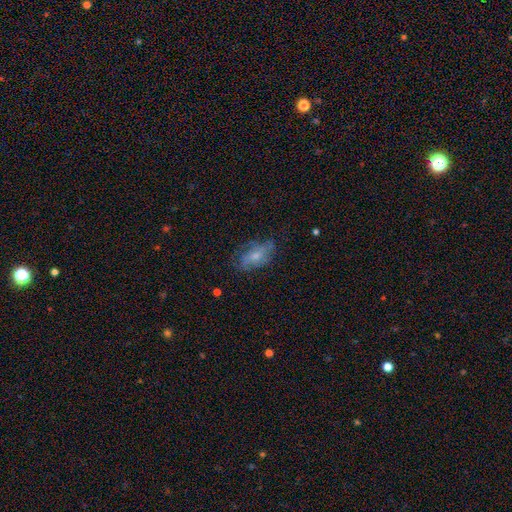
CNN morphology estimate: Overall: smooth (49%; featured or disk 42%). Merging: none (59%; minor disturbance 26%).